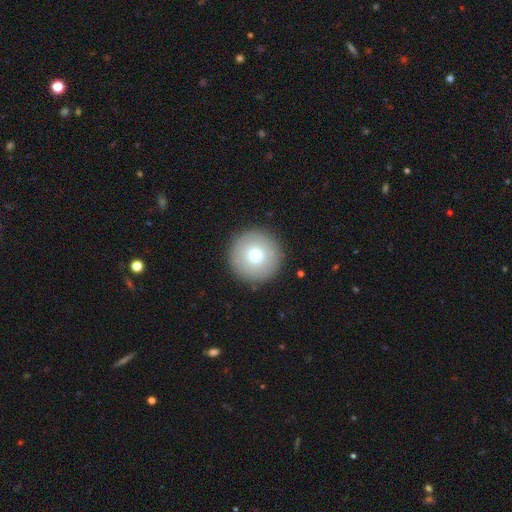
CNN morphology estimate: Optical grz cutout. It shows a smooth galaxy with no disk features (72%) that is round (97%). Merging: none (92%).